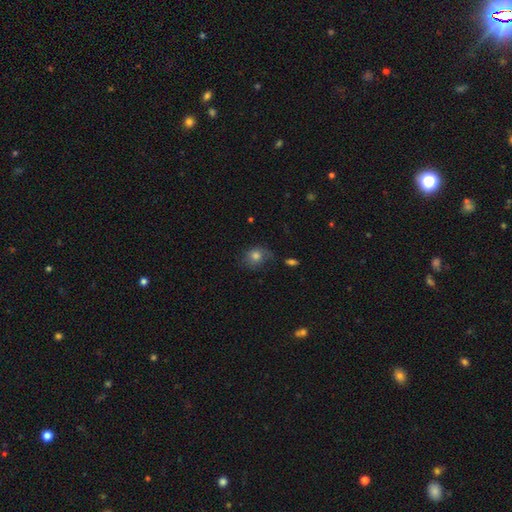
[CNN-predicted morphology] Smooth or featured? smooth (79%)
How rounded? round (64%)
Merging? none (58%)